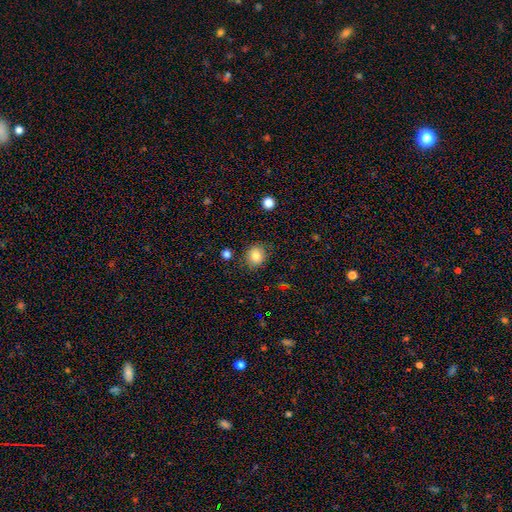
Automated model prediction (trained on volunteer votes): Overall: smooth (84%). How rounded: round (77%). Merging: none (84%).